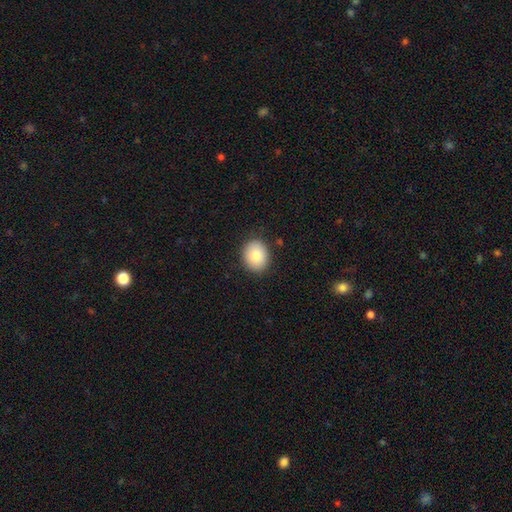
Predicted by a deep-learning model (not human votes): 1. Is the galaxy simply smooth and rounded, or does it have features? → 83% smooth, 9% featured or disk, 8% star or artifact.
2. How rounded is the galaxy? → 55% round, 44% in between, 1% cigar-shaped.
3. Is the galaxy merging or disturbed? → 88% none, 9% minor disturbance, 2% major disturbance, 1% merger.